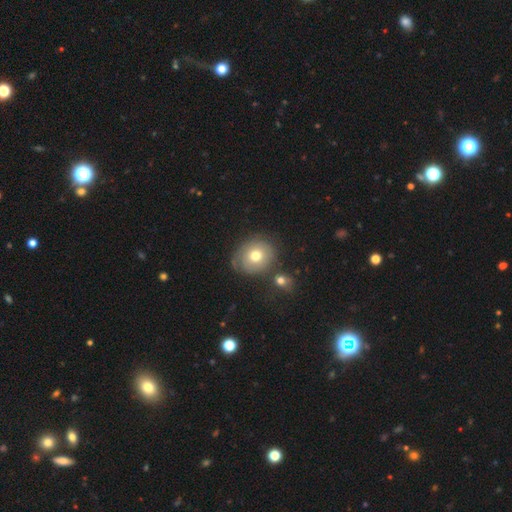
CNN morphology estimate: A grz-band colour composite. It shows a smooth galaxy with no disk features (62%) that is round (72%). Merging: none (61%).